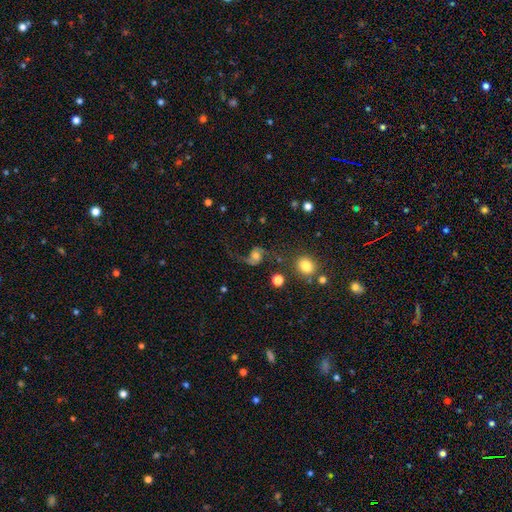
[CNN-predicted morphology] The model was most divided on "merging": none: 48%, major disturbance: 29%, minor disturbance: 17%, merger: 6%. More confident: edge-on disk — no (97%); spiral arms — yes (91%); spiral winding — loose (81%); spiral arm count — 2 (75%); smooth or featured — featured or disk (66%); bar — no (65%); bulge size — moderate (54%).